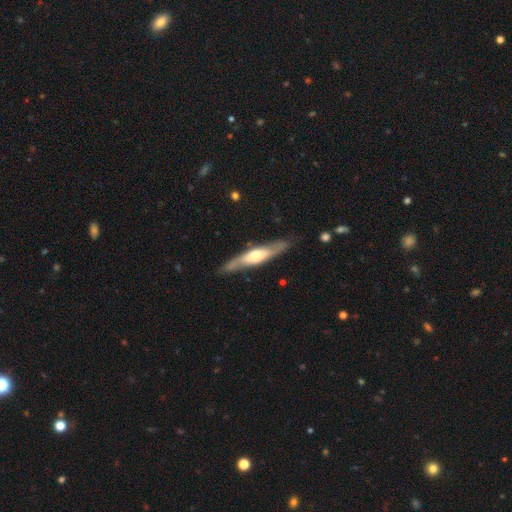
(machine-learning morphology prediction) This appears to be a featured or disk galaxy (61%) viewed edge-on (82%). Merging: none (83%).